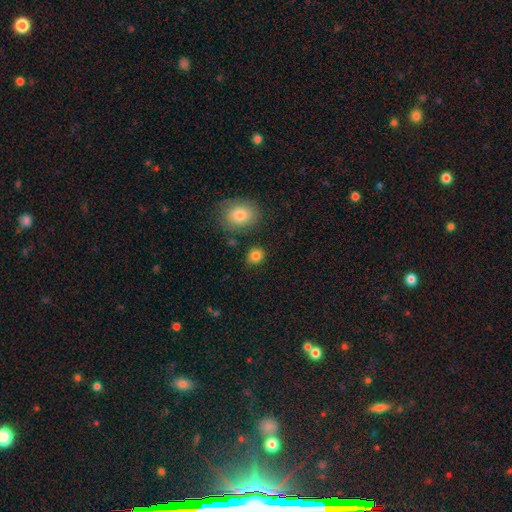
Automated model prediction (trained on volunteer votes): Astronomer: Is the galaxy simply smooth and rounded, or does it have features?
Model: smooth — 84%.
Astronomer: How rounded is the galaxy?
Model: round — 74%.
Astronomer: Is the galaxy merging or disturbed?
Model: none — 84%.